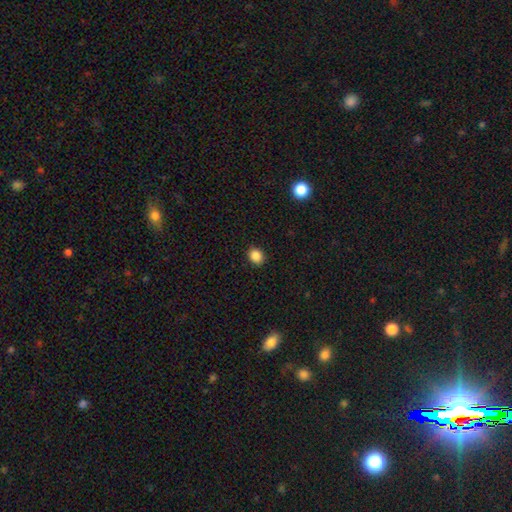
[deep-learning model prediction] A smooth galaxy with no disk features (86%) that is round (64%).

Vote fractions:
- Smooth or featured? smooth: 86% / star or artifact: 10% / featured or disk: 3%
- How rounded? round: 64% / in between: 35% / cigar-shaped: 1%
- Merging? none: 91% / minor disturbance: 6% / major disturbance: 2% / merger: 1%